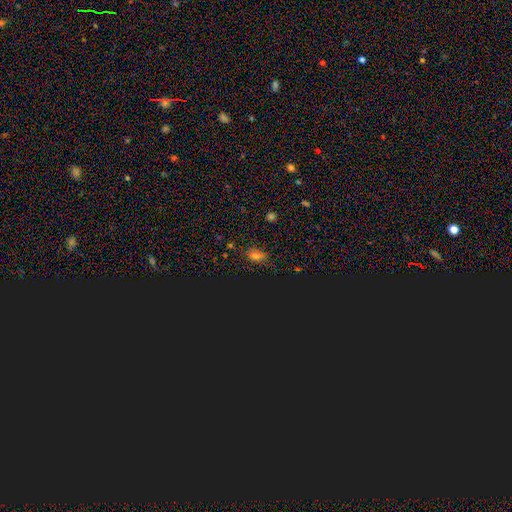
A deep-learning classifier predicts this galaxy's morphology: A smooth galaxy with no disk features (55%) that is in between round and cigar-shaped (78%).

Vote fractions:
- Smooth or featured? smooth: 55% / star or artifact: 37% / featured or disk: 7%
- How rounded? in between: 78% / round: 18% / cigar-shaped: 4%
- Merging? none: 75% / minor disturbance: 17% / major disturbance: 5% / merger: 3%